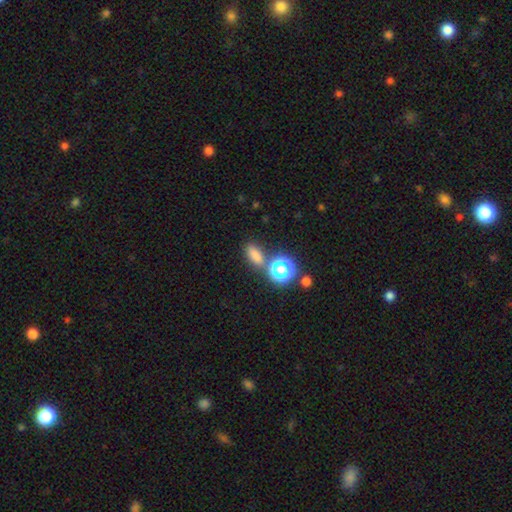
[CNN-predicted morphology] Overall: smooth (73%). How rounded: in between (64%; round 28%). Merging: none (70%).